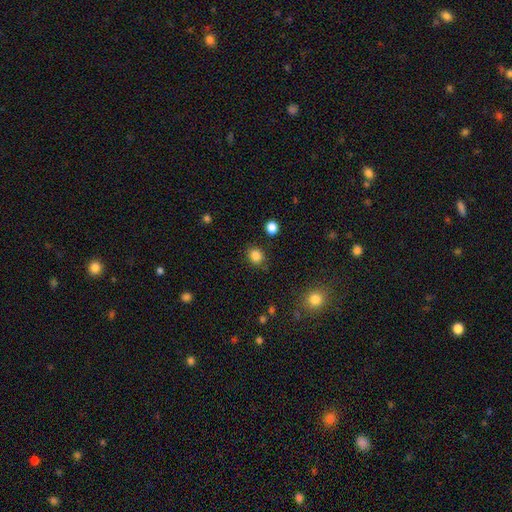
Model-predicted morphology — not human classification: A smooth galaxy with no disk features (85%) that is round (68%).

Vote fractions:
- Smooth or featured? smooth: 85% / star or artifact: 11% / featured or disk: 4%
- How rounded? round: 68% / in between: 31% / cigar-shaped: 1%
- Merging? none: 85% / minor disturbance: 10% / major disturbance: 3% / merger: 3%